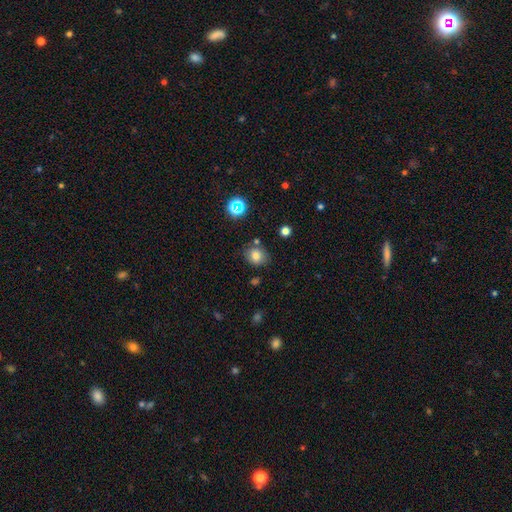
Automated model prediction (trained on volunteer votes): Smooth or featured? Predicted: smooth (p=0.76). How rounded? Predicted: round (p=0.70). Merging? Predicted: none (p=0.76).